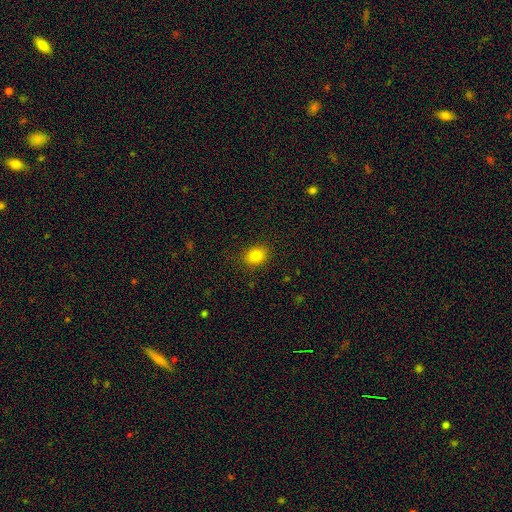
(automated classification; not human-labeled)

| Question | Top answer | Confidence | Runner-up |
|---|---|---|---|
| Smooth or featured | smooth | 83% | star or artifact (11%) |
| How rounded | in between | 56% | round (43%) |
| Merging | none | 88% | minor disturbance (8%) |